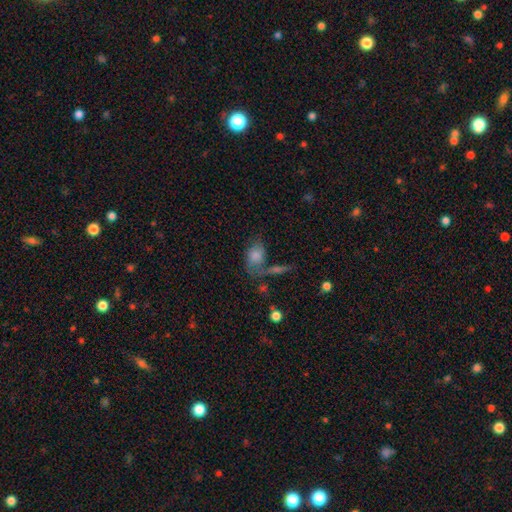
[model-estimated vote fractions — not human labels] smooth 58%, featured or disk 28%, star or artifact 14%. Down the decision tree: how rounded — in between (78%); merging — none (43%).